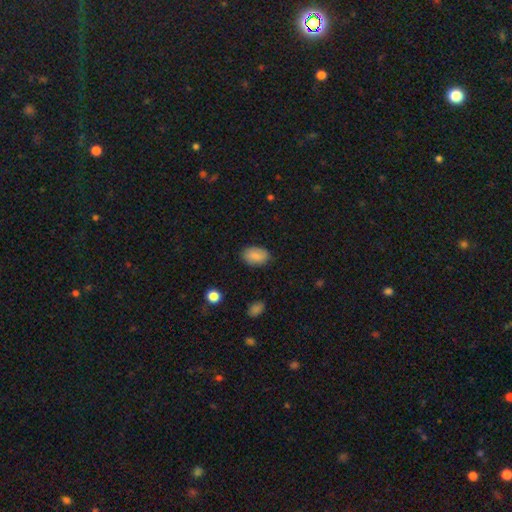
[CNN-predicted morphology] smooth 87%, star or artifact 7%, featured or disk 5%. Down the decision tree: how rounded — in between (89%); merging — none (83%).